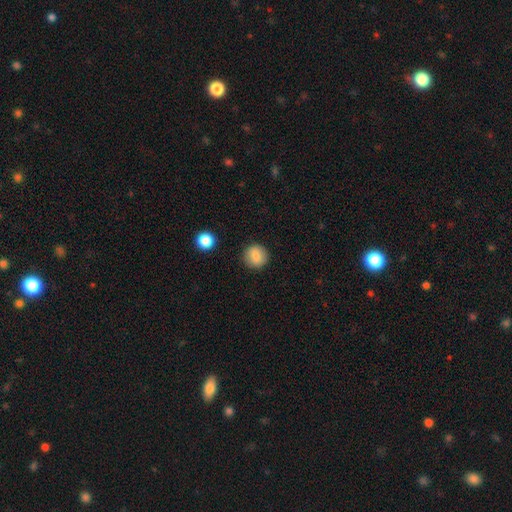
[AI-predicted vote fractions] Morphology: type=smooth (85%); roundness=round (93%); merging=none (90%).